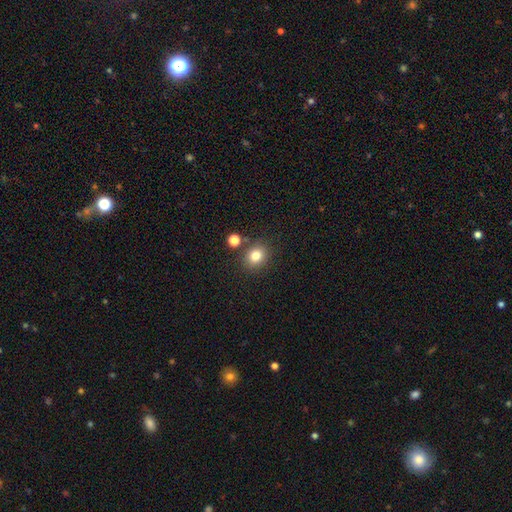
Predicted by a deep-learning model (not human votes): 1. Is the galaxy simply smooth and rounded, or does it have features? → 80% smooth, 13% star or artifact, 7% featured or disk.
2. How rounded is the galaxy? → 69% round, 30% in between, 1% cigar-shaped.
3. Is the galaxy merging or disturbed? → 79% none, 10% minor disturbance, 8% merger, 3% major disturbance.